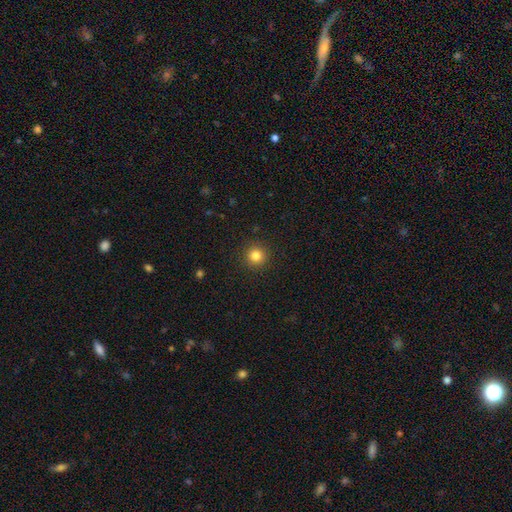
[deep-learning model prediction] A smooth galaxy with no disk features (82%) that is round (95%). Merging: none (92%).